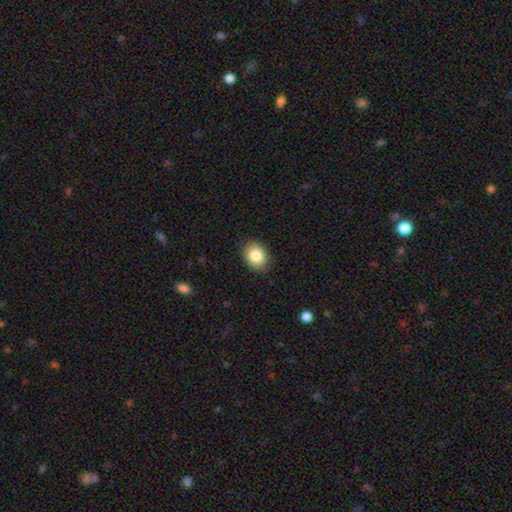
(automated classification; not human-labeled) smooth 84%, star or artifact 8%, featured or disk 7%. Down the decision tree: how rounded — in between (59%); merging — none (88%).